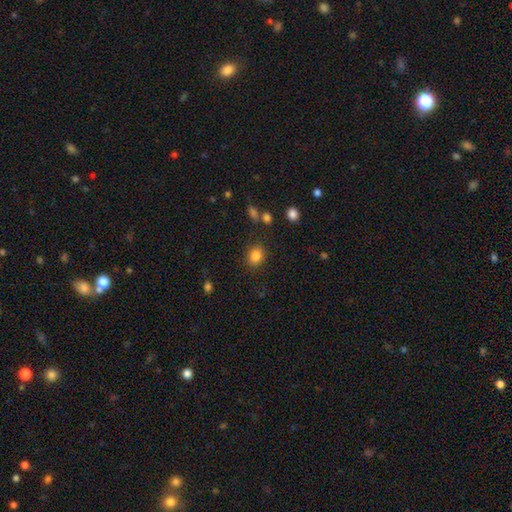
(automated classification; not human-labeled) A smooth galaxy with no disk features (84%) that is round (55%).

Vote fractions:
- Smooth or featured? smooth: 84% / star or artifact: 11% / featured or disk: 5%
- How rounded? round: 55% / in between: 44% / cigar-shaped: 1%
- Merging? none: 85% / minor disturbance: 9% / major disturbance: 3% / merger: 3%